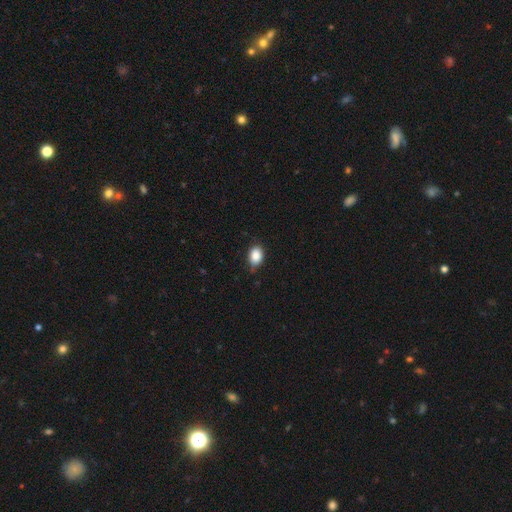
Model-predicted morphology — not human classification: Overall: smooth (87%). How rounded: in between (69%; round 30%). Merging: none (70%).